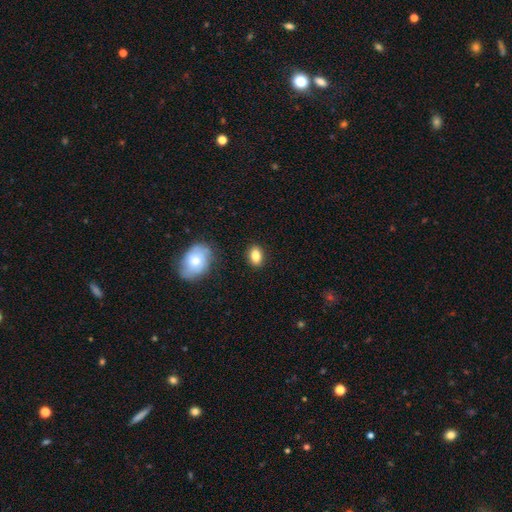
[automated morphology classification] type=smooth (84%); roundness=in between (83%); merging=none (86%).